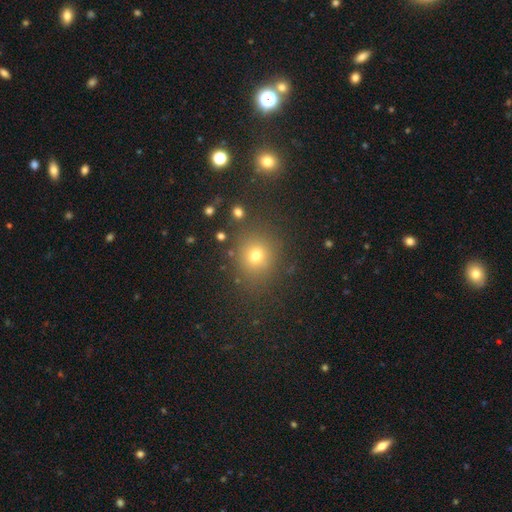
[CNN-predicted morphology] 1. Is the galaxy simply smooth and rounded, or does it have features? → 71% smooth, 21% star or artifact, 9% featured or disk.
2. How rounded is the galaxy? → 81% round, 18% in between, 1% cigar-shaped.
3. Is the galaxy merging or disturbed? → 82% none, 10% minor disturbance, 4% major disturbance, 4% merger.